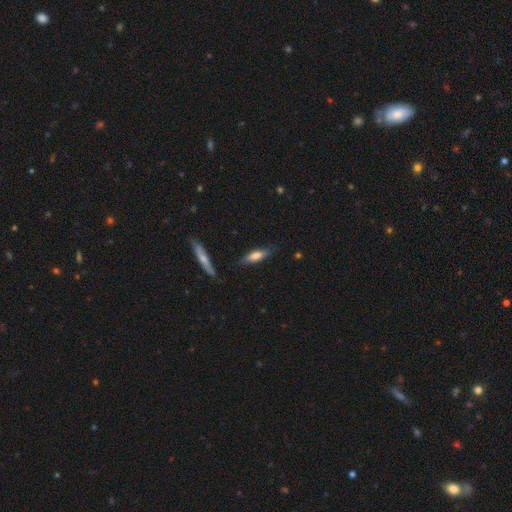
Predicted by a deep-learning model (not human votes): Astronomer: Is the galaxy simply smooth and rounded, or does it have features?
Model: smooth — 63%.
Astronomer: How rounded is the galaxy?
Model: cigar-shaped — 63%.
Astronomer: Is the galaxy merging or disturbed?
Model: none — 78%.